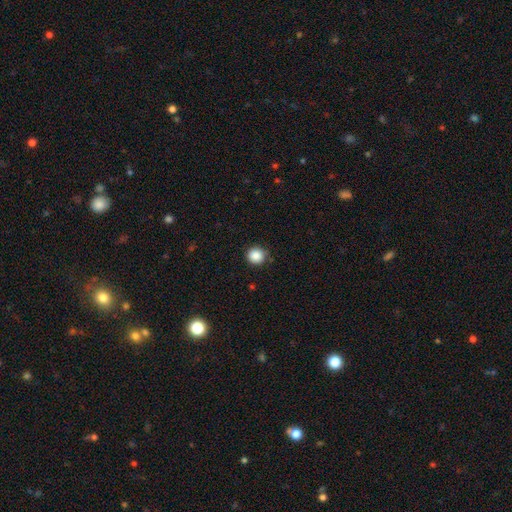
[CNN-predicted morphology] A smooth galaxy with no disk features (87%) that is round (92%).

Vote fractions:
- Smooth or featured? smooth: 87% / star or artifact: 10% / featured or disk: 3%
- How rounded? round: 92% / in between: 7% / cigar-shaped: 1%
- Merging? none: 85% / minor disturbance: 11% / major disturbance: 2% / merger: 1%